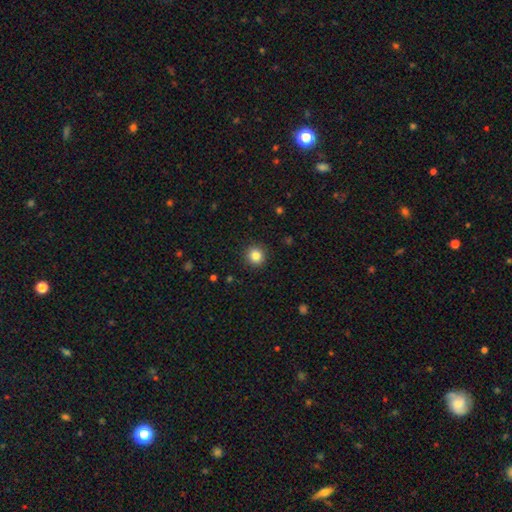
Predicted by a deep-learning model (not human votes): Smooth or featured? smooth (84%)
How rounded? round (93%)
Merging? none (92%)